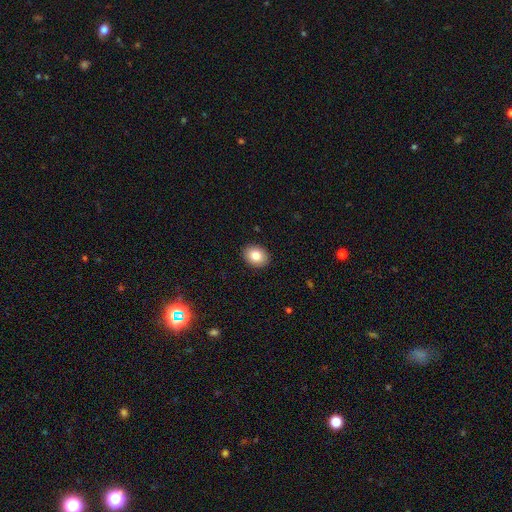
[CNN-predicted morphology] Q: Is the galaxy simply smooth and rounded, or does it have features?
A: smooth — 83%.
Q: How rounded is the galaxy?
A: in between — 52%.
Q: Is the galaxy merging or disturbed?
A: none — 91%.